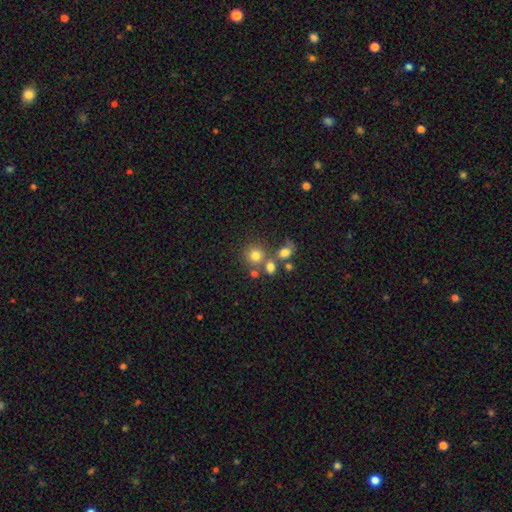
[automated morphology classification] smooth-or-featured: smooth: 75% | star or artifact: 14% | featured or disk: 11%
  how-rounded: round: 86% | in between: 13% | cigar-shaped: 1%
  merging: none: 59% | merger: 25% | minor disturbance: 10% | major disturbance: 6%